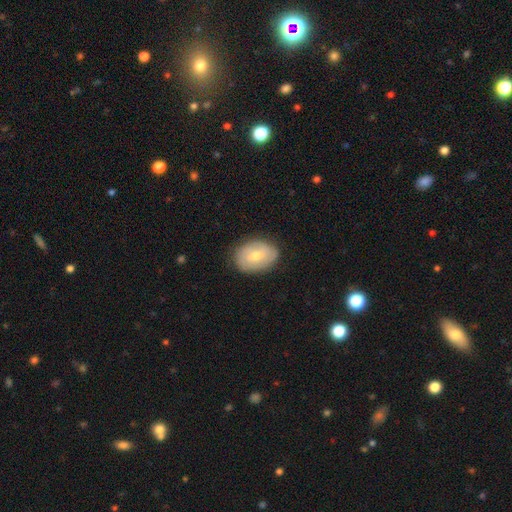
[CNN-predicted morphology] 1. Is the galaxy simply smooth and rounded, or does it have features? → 56% smooth, 37% featured or disk, 7% star or artifact.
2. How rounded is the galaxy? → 73% in between, 26% round, 1% cigar-shaped.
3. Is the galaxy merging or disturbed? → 81% none, 15% minor disturbance, 3% major disturbance, 1% merger.